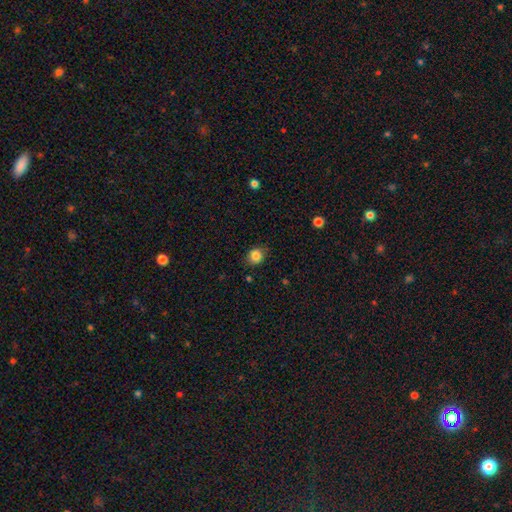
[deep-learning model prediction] Smooth or featured? smooth (84%)
How rounded? round (73%)
Merging? none (81%)